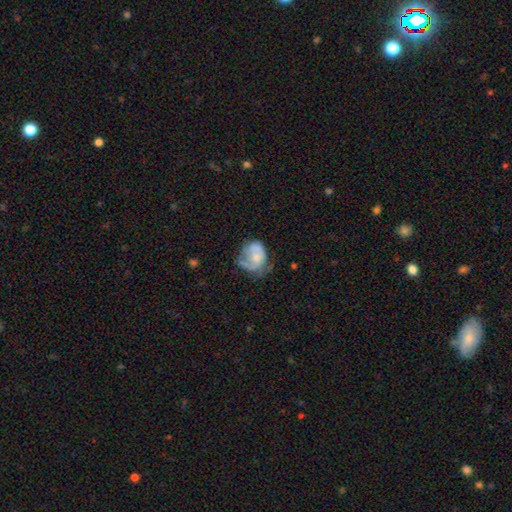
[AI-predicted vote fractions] This appears to be a featured or disk galaxy (49%). Merging: none (34%).